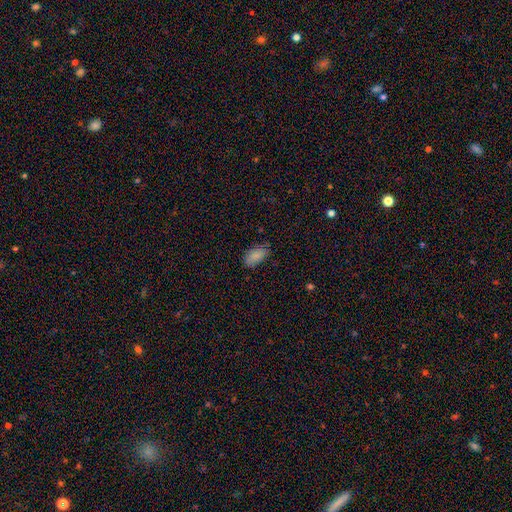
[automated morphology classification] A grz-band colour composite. It shows a smooth galaxy with no disk features (86%) that is in between round and cigar-shaped (92%). Merging: none (74%).